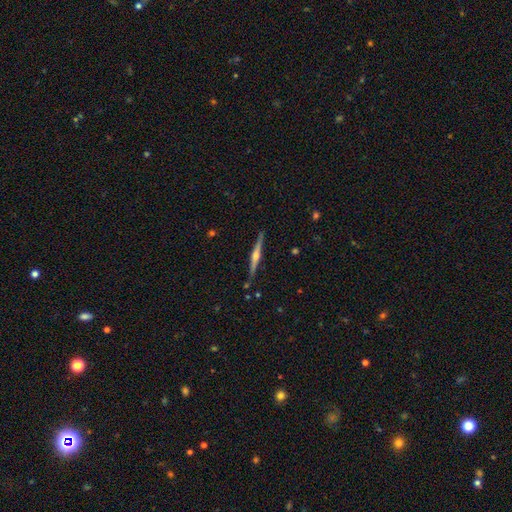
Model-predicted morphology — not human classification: A featured or disk galaxy (78%) viewed edge-on (98%) with a rounded central bulge (89%). Merging: none (88%).